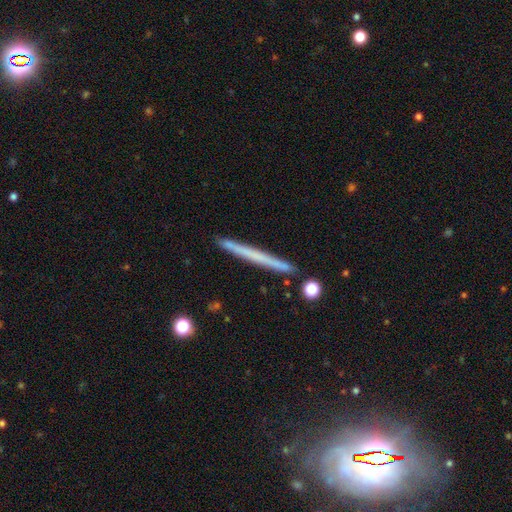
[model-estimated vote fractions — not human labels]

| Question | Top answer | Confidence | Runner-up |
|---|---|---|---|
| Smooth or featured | smooth | 49% | featured or disk (44%) |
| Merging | none | 90% | minor disturbance (7%) |